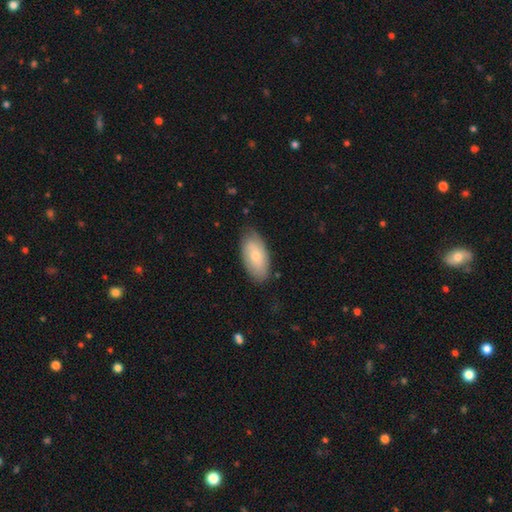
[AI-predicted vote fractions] A smooth galaxy with no disk features (65%) that is in between round and cigar-shaped (93%). Merging: none (78%).